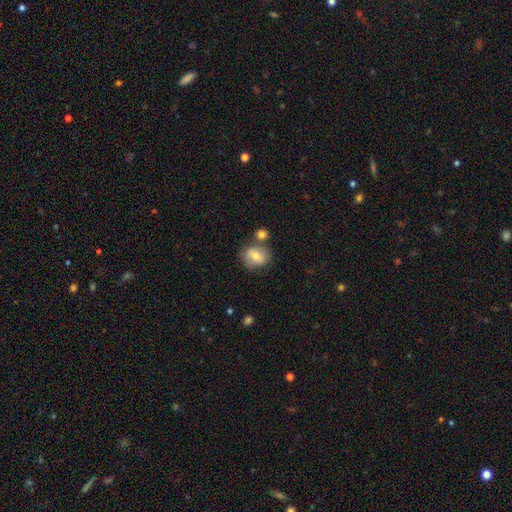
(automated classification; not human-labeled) Smooth or featured?
  - smooth: 69% *
  - featured or disk: 22%
  - star or artifact: 8%
How rounded?
  - round: 68% *
  - in between: 31%
  - cigar-shaped: 1%
Merging?
  - none: 61% *
  - merger: 21%
  - minor disturbance: 14%
  - major disturbance: 4%